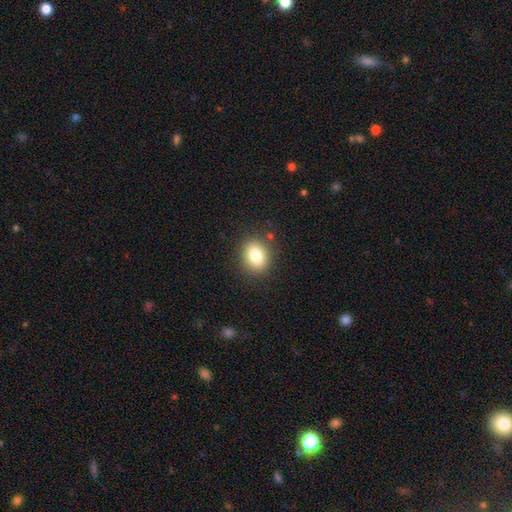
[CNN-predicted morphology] smooth_or_featured: smooth (p=0.81) [alt: star or artifact p=0.10]
how_rounded: in between (p=0.50) [alt: round p=0.49]
merging: none (p=0.85) [alt: minor disturbance p=0.10]